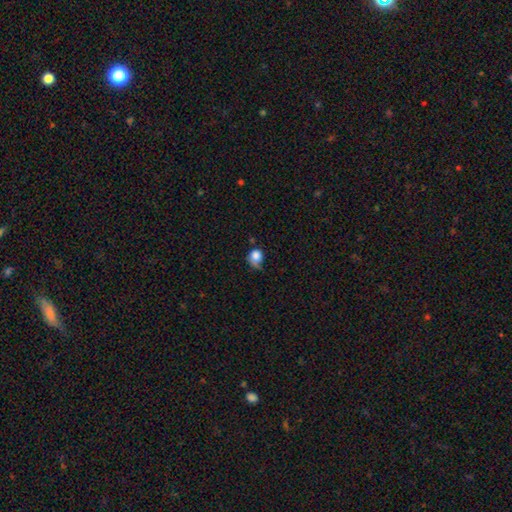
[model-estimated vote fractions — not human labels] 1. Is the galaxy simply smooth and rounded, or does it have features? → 78% smooth, 13% featured or disk, 9% star or artifact.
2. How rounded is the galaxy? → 73% round, 26% in between, 1% cigar-shaped.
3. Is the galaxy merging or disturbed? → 35% minor disturbance, 33% none, 27% major disturbance, 5% merger.